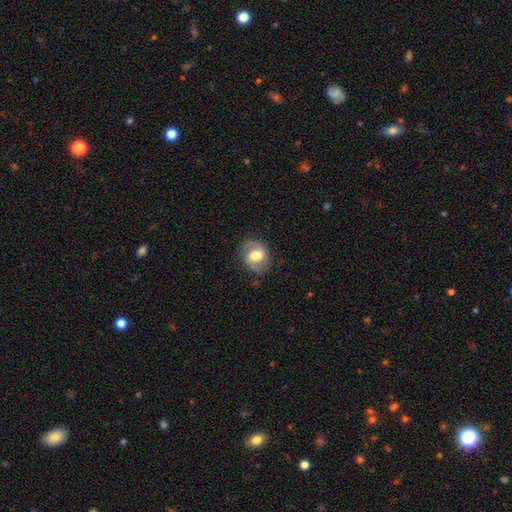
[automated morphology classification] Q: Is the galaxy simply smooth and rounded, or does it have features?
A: featured or disk — 59%.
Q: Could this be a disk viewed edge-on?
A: no — 96%.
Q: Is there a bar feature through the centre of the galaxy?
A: weak — 43%.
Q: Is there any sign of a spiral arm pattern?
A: yes — 79%.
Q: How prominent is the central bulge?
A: moderate — 50%.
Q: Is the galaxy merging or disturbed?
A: none — 79%.